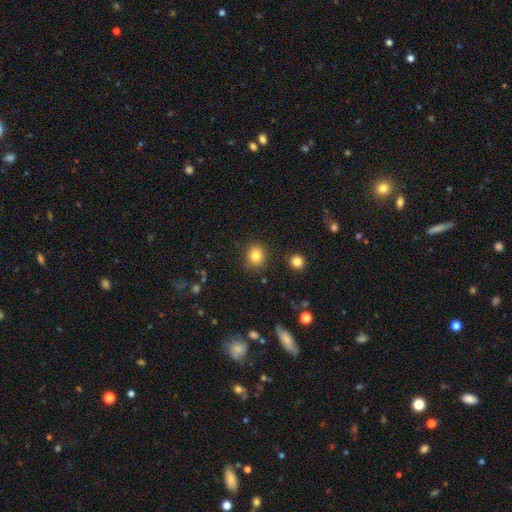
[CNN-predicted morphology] smooth 83%, star or artifact 11%, featured or disk 6%. Down the decision tree: how rounded — round (74%); merging — none (85%).